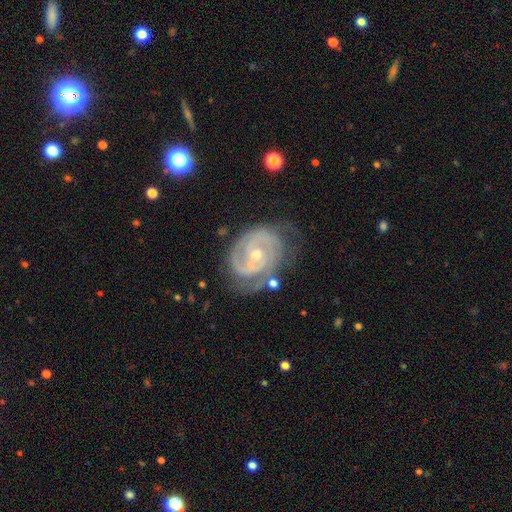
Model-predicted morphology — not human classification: This is clearly a featured or disk galaxy (90%). It is clearly not viewed edge-on (98%). Bar: possibly no (52%). Spiral arm pattern: clearly yes (97%). Spiral arm count: likely 2 (64%). Spiral winding: likely tight (69%). Central bulge: possibly small (49%). Merging: likely none (66%).